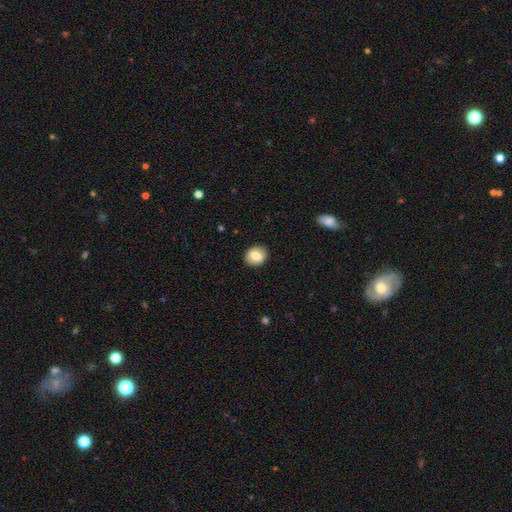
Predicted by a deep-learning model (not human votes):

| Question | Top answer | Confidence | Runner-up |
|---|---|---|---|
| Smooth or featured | smooth | 79% | featured or disk (13%) |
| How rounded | round | 66% | in between (33%) |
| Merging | none | 88% | minor disturbance (9%) |